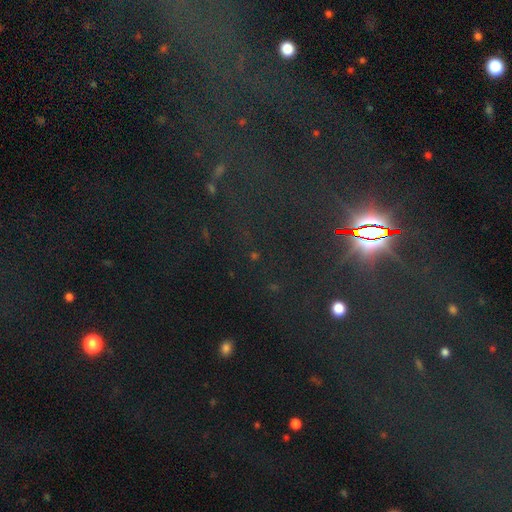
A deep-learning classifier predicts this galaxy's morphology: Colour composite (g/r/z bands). It shows a star or artifact, not a galaxy (79%).